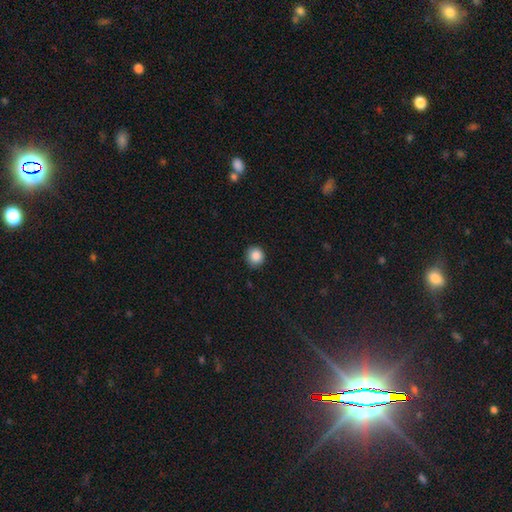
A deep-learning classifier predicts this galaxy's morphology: type=smooth (87%); roundness=round (92%); merging=none (88%).